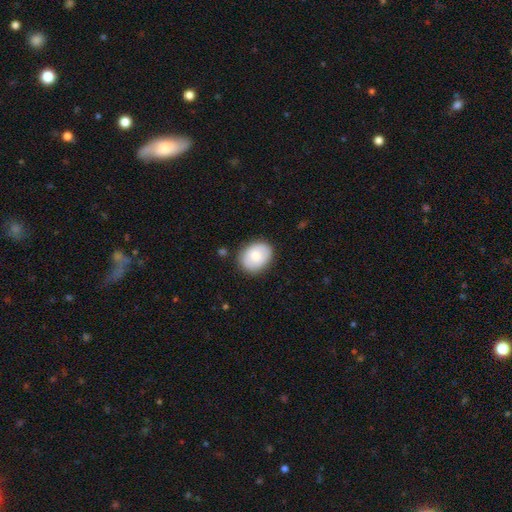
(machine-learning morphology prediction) Smooth or featured: smooth — 76% (featured or disk — 18%)
How rounded: in between — 58% (round — 41%)
Merging: none — 83% (minor disturbance — 13%)